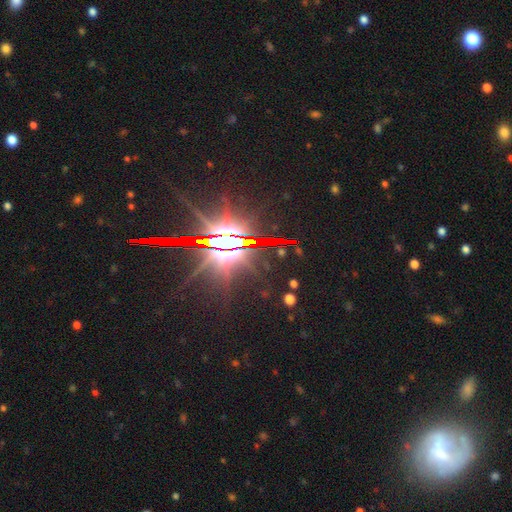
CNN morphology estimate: Overall: star or artifact (81%).